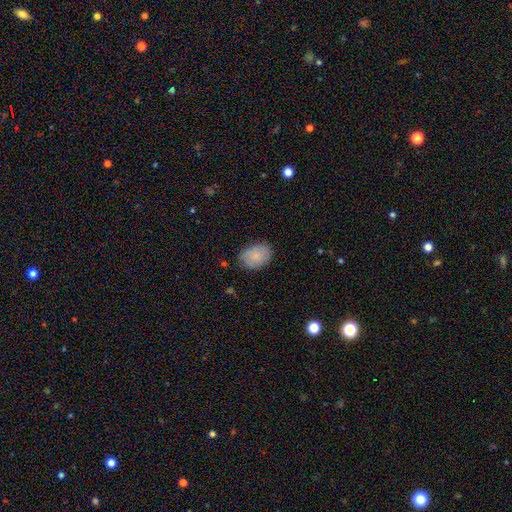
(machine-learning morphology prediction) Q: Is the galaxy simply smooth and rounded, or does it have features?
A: smooth — 83%.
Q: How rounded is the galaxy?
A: in between — 77%.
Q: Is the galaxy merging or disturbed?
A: none — 80%.